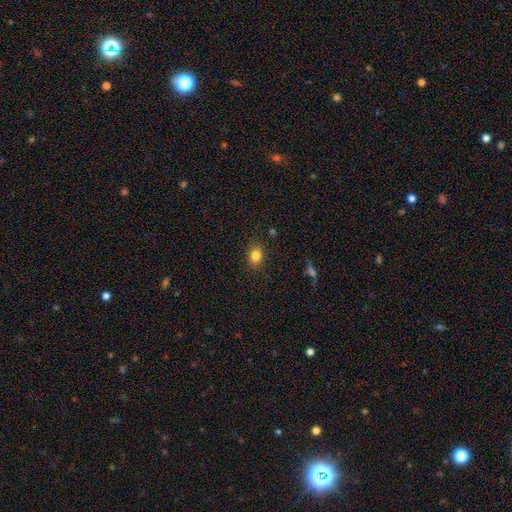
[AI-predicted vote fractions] This appears to be a smooth galaxy with no disk features (82%) that is in between round and cigar-shaped (57%). Merging: none (85%).